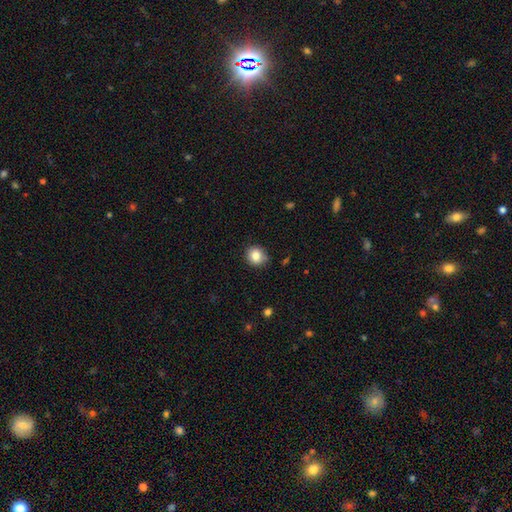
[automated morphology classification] This is clearly a smooth galaxy (84%). How rounded: clearly round (84%). Merging: clearly none (82%).